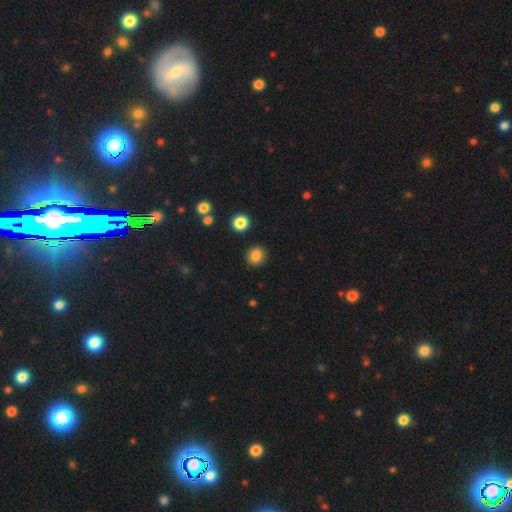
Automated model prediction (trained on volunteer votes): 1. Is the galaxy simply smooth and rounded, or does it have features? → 85% smooth, 11% star or artifact, 4% featured or disk.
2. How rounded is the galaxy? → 83% round, 16% in between, 1% cigar-shaped.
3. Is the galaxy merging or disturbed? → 90% none, 6% minor disturbance, 2% major disturbance, 2% merger.